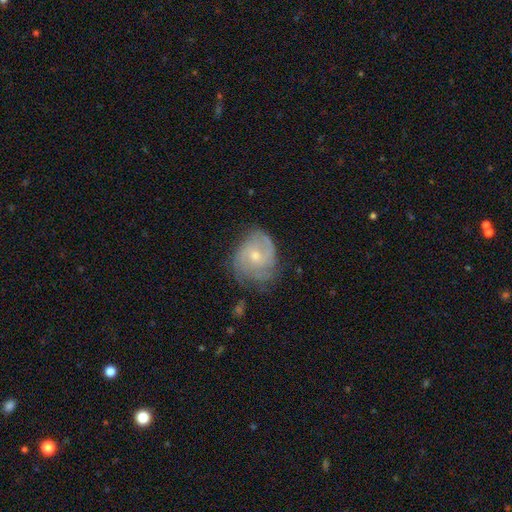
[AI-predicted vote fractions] Smooth or featured? featured or disk (74%)
Edge-on disk? no (97%)
Bar? no (69%)
Spiral arms? yes (89%)
Spiral winding? tight (51%)
Spiral arm count? can't tell (34%)
Bulge size? small (50%)
Merging? none (60%)